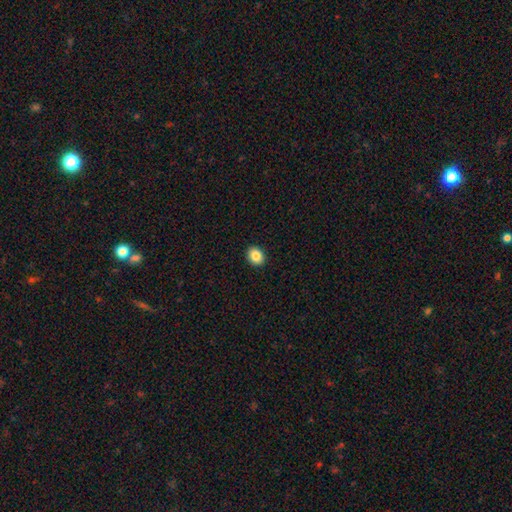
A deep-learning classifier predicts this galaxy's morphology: A smooth galaxy with no disk features (86%) that is round (53%). Merging: none (92%).